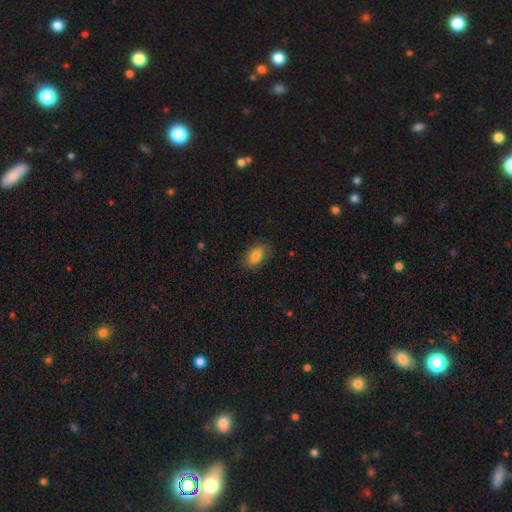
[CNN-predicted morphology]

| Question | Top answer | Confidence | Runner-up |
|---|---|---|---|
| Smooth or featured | smooth | 79% | featured or disk (13%) |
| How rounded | in between | 88% | cigar-shaped (7%) |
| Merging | none | 81% | minor disturbance (15%) |